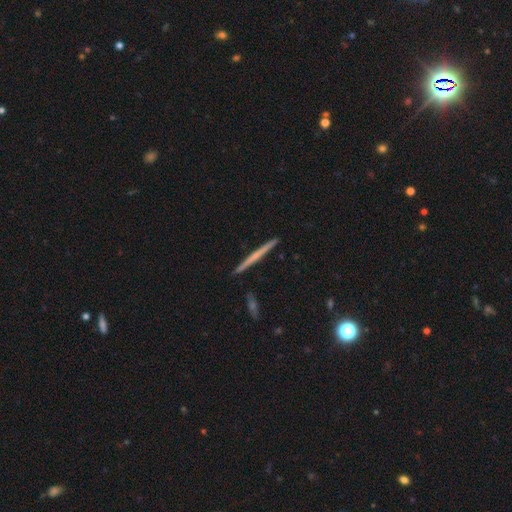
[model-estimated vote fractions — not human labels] Smooth or featured?
  - featured or disk: 55% *
  - smooth: 40%
  - star or artifact: 6%
Edge-on disk?
  - yes: 98% *
  - no: 2%
Edge-on bulge?
  - none: 77% *
  - rounded: 18%
  - boxy: 5%
Merging?
  - none: 92% *
  - minor disturbance: 5%
  - merger: 1%
  - major disturbance: 1%